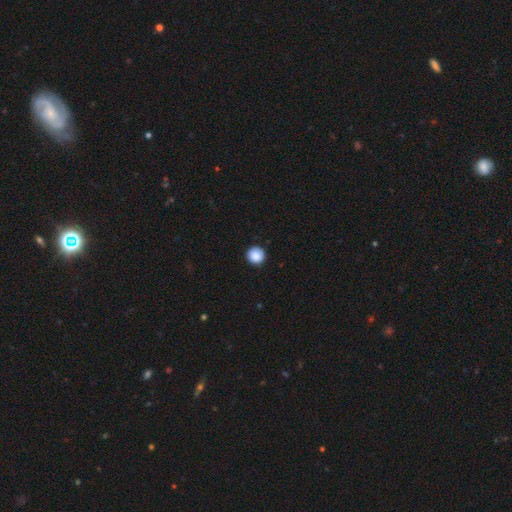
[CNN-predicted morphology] Smooth or featured? smooth (88%)
How rounded? round (96%)
Merging? none (92%)